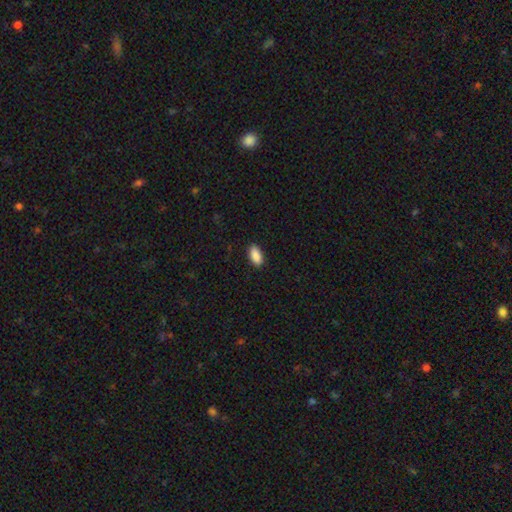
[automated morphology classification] Smooth or featured?
  - smooth: 90% *
  - star or artifact: 7%
  - featured or disk: 3%
How rounded?
  - in between: 92% *
  - cigar-shaped: 6%
  - round: 3%
Merging?
  - none: 89% *
  - minor disturbance: 8%
  - major disturbance: 2%
  - merger: 1%